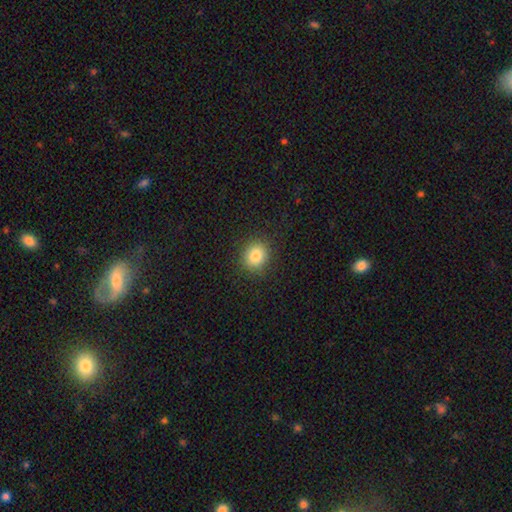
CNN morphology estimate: Smooth or featured: smooth — 83% (star or artifact — 11%)
How rounded: round — 76% (in between — 23%)
Merging: none — 89% (minor disturbance — 8%)